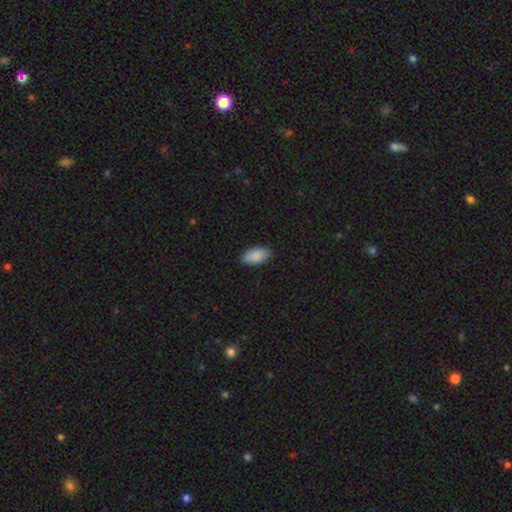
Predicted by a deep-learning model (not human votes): This appears to be a smooth galaxy with no disk features (89%) that is in between round and cigar-shaped (94%). Merging: none (88%).